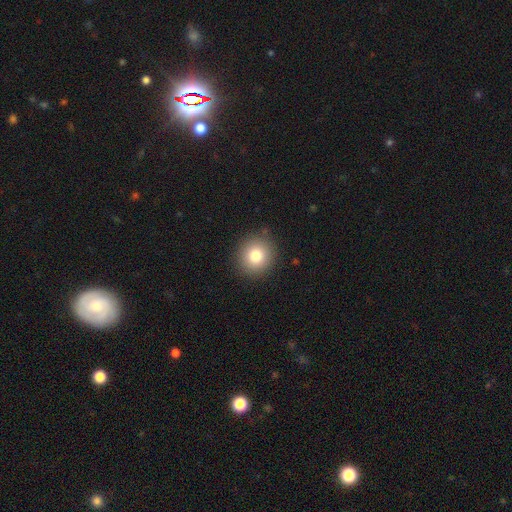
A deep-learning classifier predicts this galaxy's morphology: Smooth or featured? Predicted: smooth (p=0.80). How rounded? Predicted: round (p=0.89). Merging? Predicted: none (p=0.89).